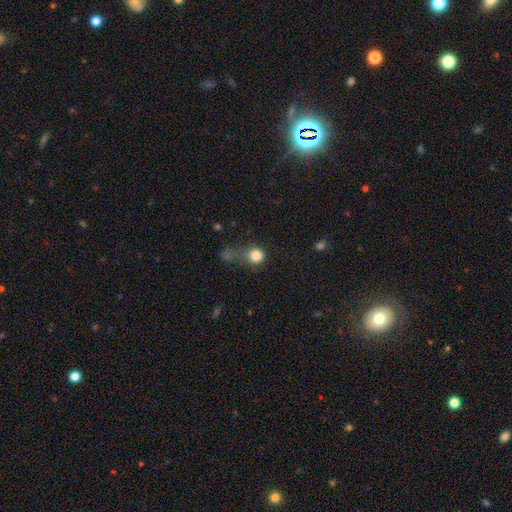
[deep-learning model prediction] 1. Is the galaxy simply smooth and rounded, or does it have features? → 82% smooth, 11% star or artifact, 7% featured or disk.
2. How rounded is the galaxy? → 88% round, 10% in between, 1% cigar-shaped.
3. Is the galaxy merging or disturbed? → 45% none, 21% minor disturbance, 20% major disturbance, 14% merger.